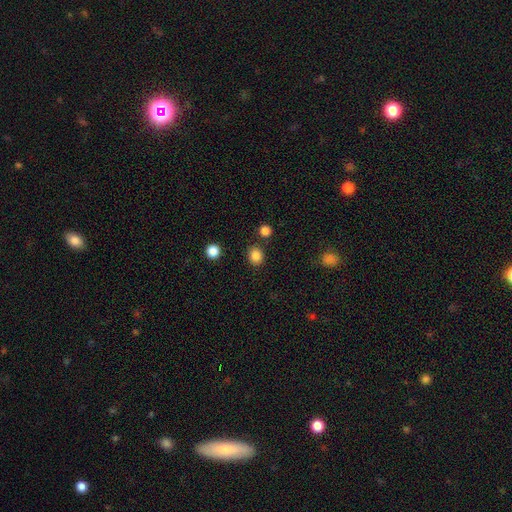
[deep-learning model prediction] Smooth or featured?
  - smooth: 85% *
  - star or artifact: 11%
  - featured or disk: 4%
How rounded?
  - round: 76% *
  - in between: 23%
  - cigar-shaped: 1%
Merging?
  - none: 84% *
  - minor disturbance: 8%
  - merger: 5%
  - major disturbance: 3%